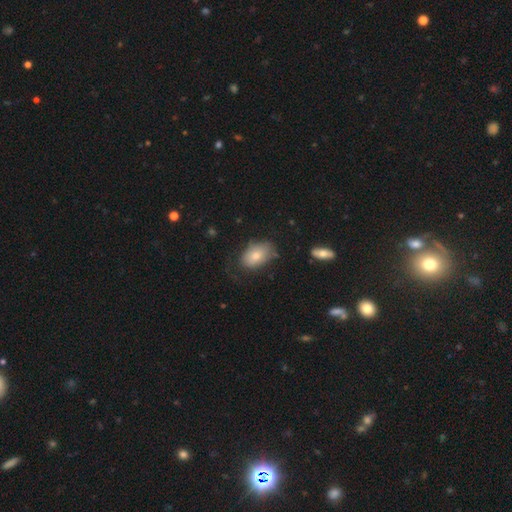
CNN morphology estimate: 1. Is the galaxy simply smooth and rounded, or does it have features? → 75% smooth, 18% featured or disk, 7% star or artifact.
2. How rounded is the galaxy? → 89% in between, 10% round, 1% cigar-shaped.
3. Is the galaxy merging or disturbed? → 62% none, 27% minor disturbance, 9% major disturbance, 2% merger.